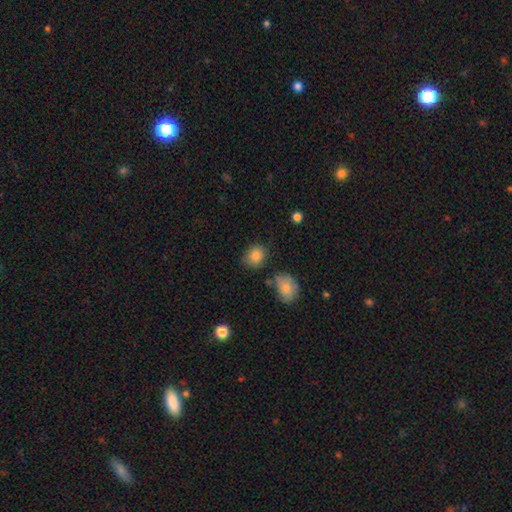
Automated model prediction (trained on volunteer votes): smooth_or_featured: smooth (p=0.84) [alt: star or artifact p=0.09]
how_rounded: round (p=0.63) [alt: in between p=0.36]
merging: none (p=0.77) [alt: minor disturbance p=0.14]